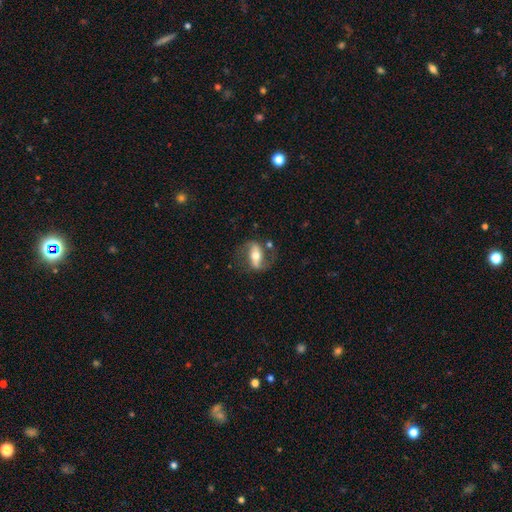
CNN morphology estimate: This appears to be a featured or disk galaxy (67%) with a strong bar (56%), spiral arms (77%) and a moderate central bulge (68%). Merging: none (66%).